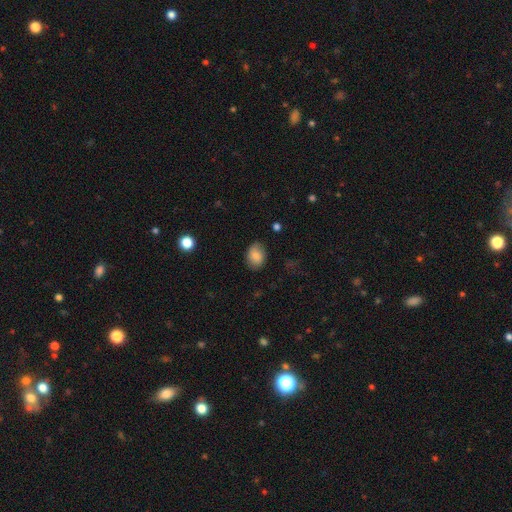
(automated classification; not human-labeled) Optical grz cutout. It shows a smooth galaxy with no disk features (83%) that is in between round and cigar-shaped (70%). Merging: none (80%).